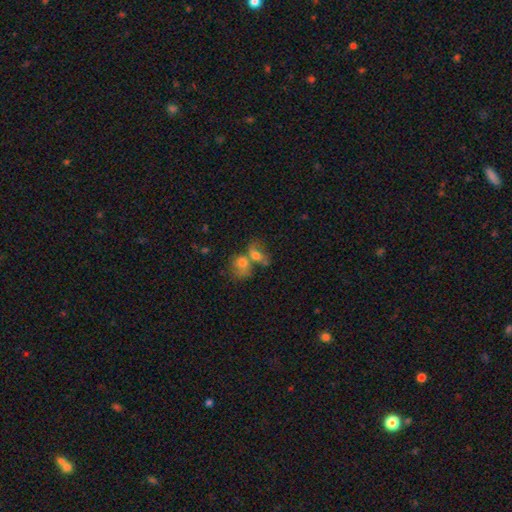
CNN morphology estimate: smooth_or_featured: smooth (p=0.66) [alt: featured or disk p=0.23]
how_rounded: in between (p=0.65) [alt: round p=0.31]
merging: merger (p=0.64) [alt: none p=0.19]